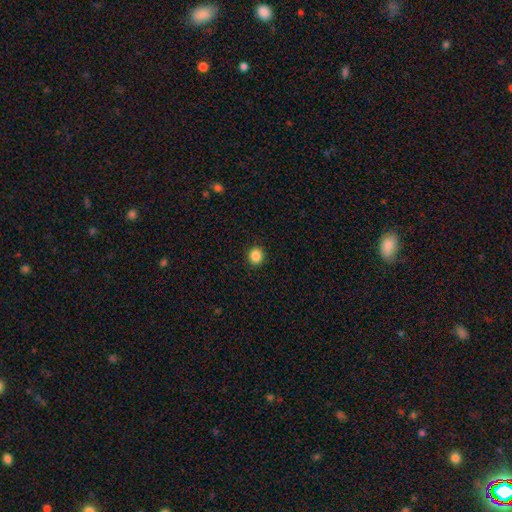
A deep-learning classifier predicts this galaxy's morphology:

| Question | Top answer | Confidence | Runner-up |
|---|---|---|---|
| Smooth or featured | smooth | 87% | star or artifact (10%) |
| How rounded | round | 82% | in between (17%) |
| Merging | none | 92% | minor disturbance (5%) |